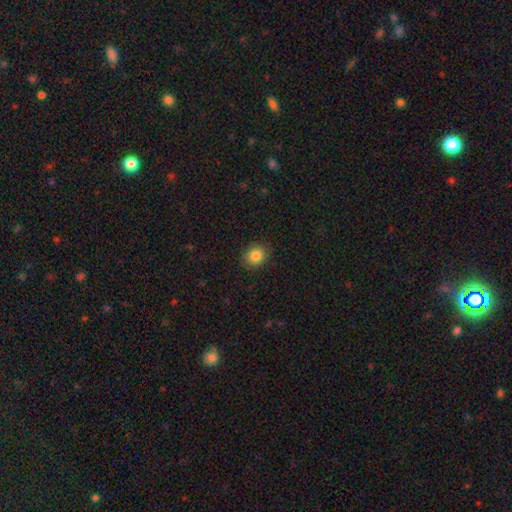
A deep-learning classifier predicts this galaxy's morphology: A smooth galaxy with no disk features (85%) that is round (71%).

Vote fractions:
- Smooth or featured? smooth: 85% / star or artifact: 10% / featured or disk: 6%
- How rounded? round: 71% / in between: 28% / cigar-shaped: 1%
- Merging? none: 88% / minor disturbance: 9% / major disturbance: 2% / merger: 1%